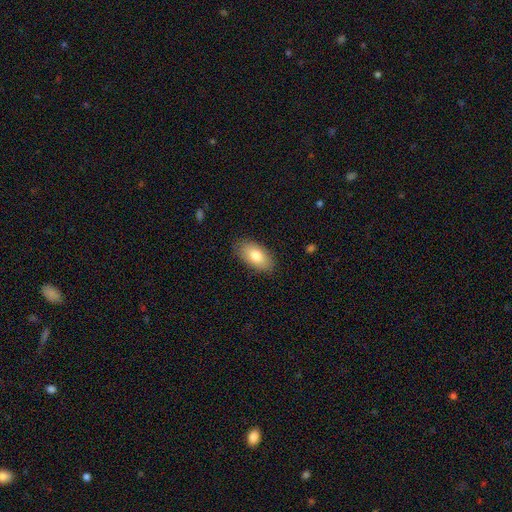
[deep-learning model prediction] smooth-or-featured: smooth: 81% | featured or disk: 13% | star or artifact: 6%
  how-rounded: in between: 93% | cigar-shaped: 4% | round: 3%
  merging: none: 85% | minor disturbance: 12% | major disturbance: 3% | merger: 1%